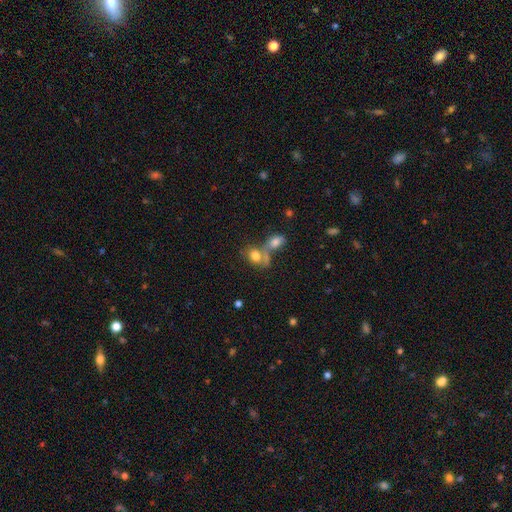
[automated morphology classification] Smooth or featured? Predicted: smooth (p=0.76). How rounded? Predicted: in between (p=0.63). Merging? Predicted: merger (p=0.54).